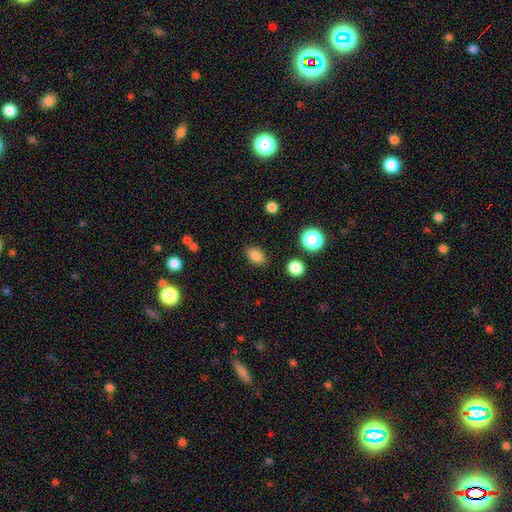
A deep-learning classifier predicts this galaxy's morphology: smooth_or_featured: smooth (p=0.84) [alt: star or artifact p=0.11]
how_rounded: in between (p=0.81) [alt: round p=0.18]
merging: none (p=0.85) [alt: minor disturbance p=0.10]